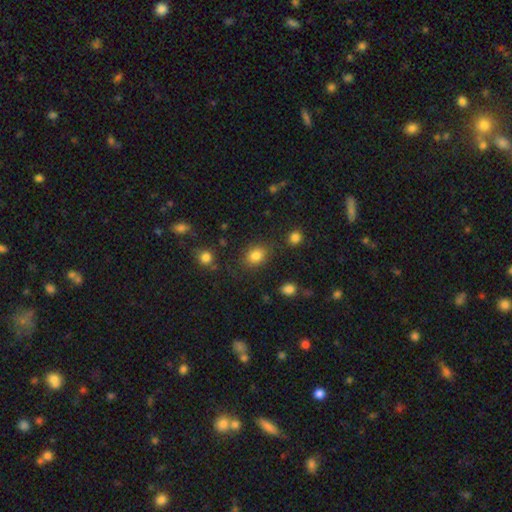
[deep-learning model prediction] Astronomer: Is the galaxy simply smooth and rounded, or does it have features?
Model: smooth — 83%.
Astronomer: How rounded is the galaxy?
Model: in between — 62%.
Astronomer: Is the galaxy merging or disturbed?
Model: none — 77%.